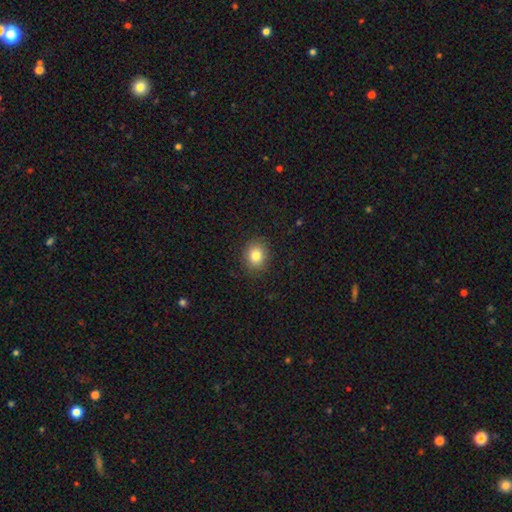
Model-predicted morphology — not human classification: Smooth or featured: smooth — 83% (star or artifact — 10%)
How rounded: round — 70% (in between — 30%)
Merging: none — 88% (minor disturbance — 8%)